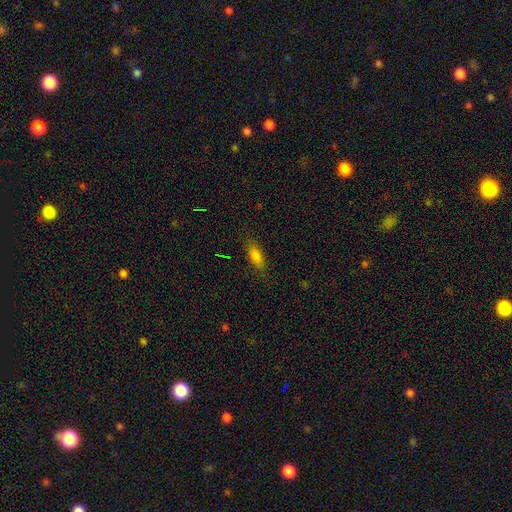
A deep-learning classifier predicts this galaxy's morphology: Smooth or featured? Predicted: smooth (p=0.81). How rounded? Predicted: in between (p=0.73). Merging? Predicted: none (p=0.83).